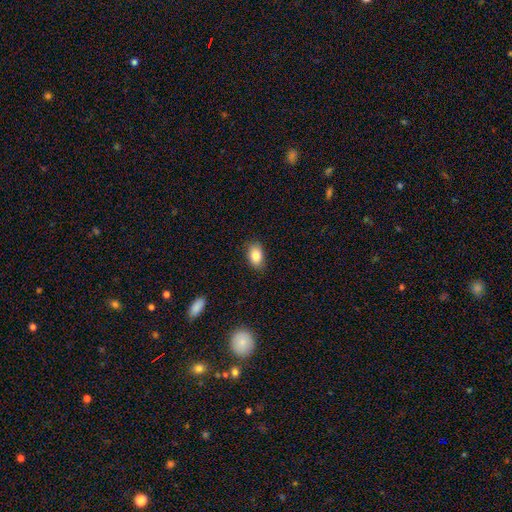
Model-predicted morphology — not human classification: Overall: smooth (84%). How rounded: in between (88%). Merging: none (85%).